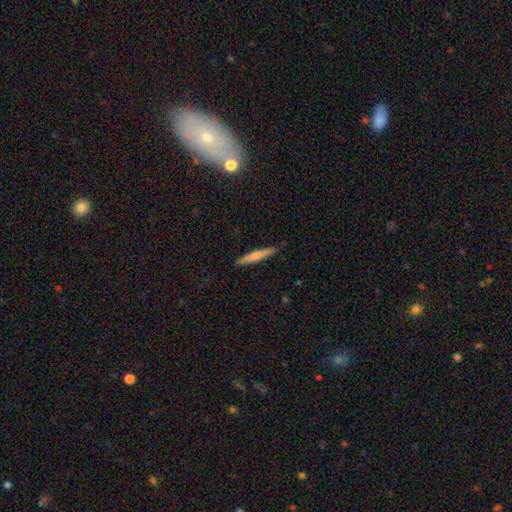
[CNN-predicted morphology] A smooth galaxy with no disk features (65%) that is cigar-shaped (93%). Merging: none (89%).